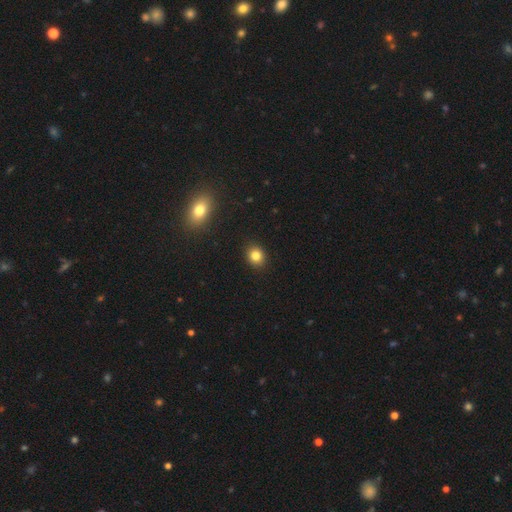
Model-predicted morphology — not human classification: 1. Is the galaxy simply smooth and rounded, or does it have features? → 83% smooth, 11% star or artifact, 6% featured or disk.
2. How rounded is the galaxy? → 64% round, 35% in between, 1% cigar-shaped.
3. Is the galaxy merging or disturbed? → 91% none, 6% minor disturbance, 2% major disturbance, 1% merger.